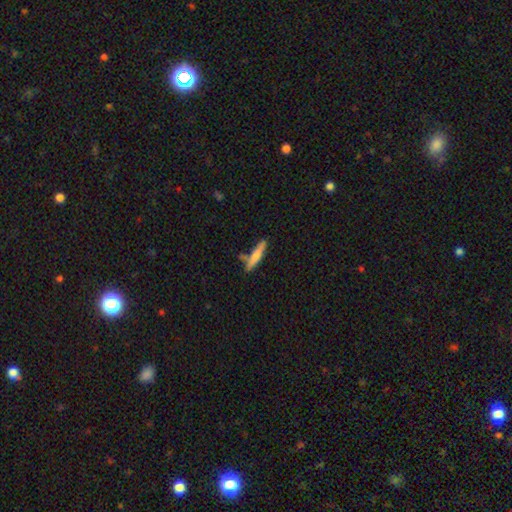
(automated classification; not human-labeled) smooth_or_featured: smooth (p=0.66) [alt: featured or disk p=0.28]
how_rounded: cigar-shaped (p=0.89) [alt: in between p=0.10]
merging: none (p=0.71) [alt: minor disturbance p=0.16]